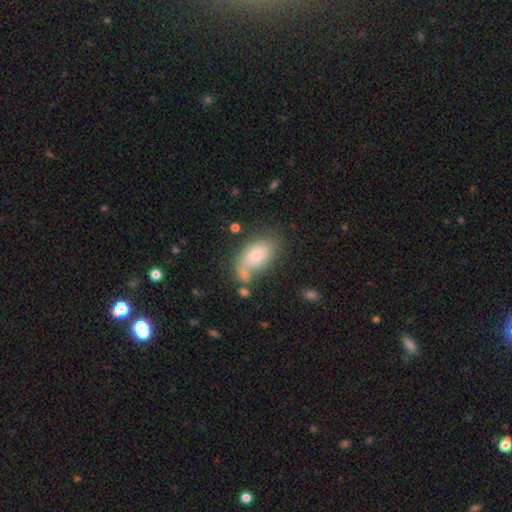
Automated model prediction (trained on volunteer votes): smooth-or-featured: smooth: 65% | featured or disk: 27% | star or artifact: 8%
  how-rounded: in between: 90% | round: 7% | cigar-shaped: 2%
  merging: none: 45% | merger: 22% | minor disturbance: 21% | major disturbance: 13%